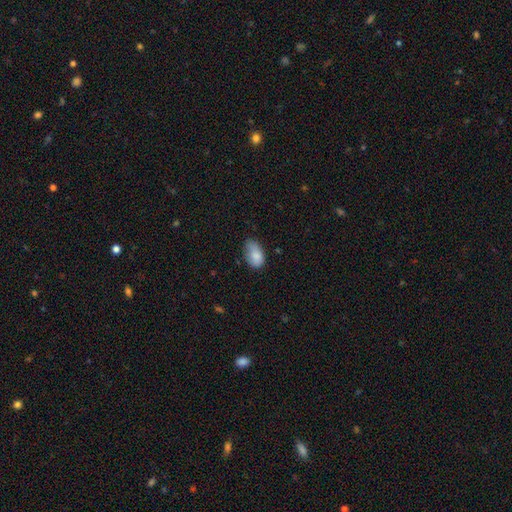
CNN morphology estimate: smooth 84%, featured or disk 9%, star or artifact 8%. Down the decision tree: how rounded — in between (91%); merging — none (45%).